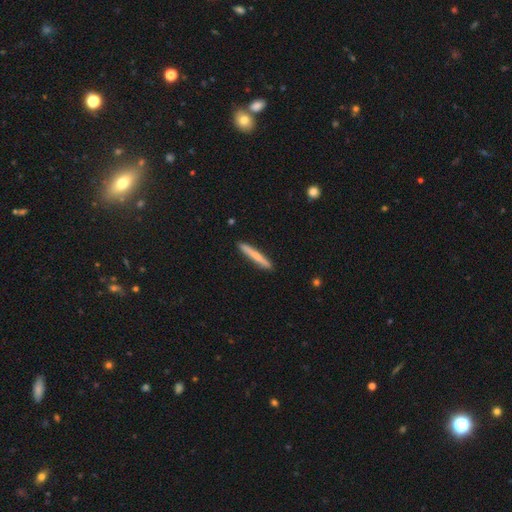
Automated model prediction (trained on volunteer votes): A smooth galaxy with no disk features (66%) that is cigar-shaped (96%). Merging: none (91%).